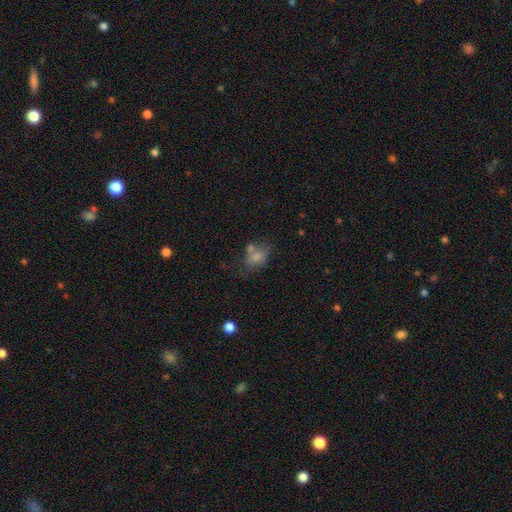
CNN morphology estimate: Smooth or featured? Predicted: smooth (p=0.67). How rounded? Predicted: in between (p=0.73). Merging? Predicted: none (p=0.35).